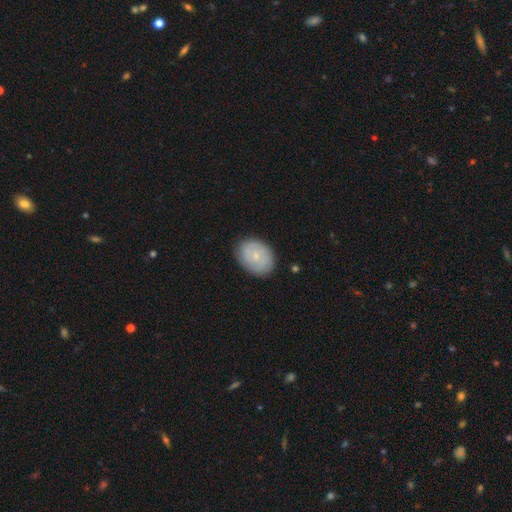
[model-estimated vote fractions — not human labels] Overall: smooth (57%; featured or disk 36%). How rounded: in between (67%; round 32%). Merging: none (84%).